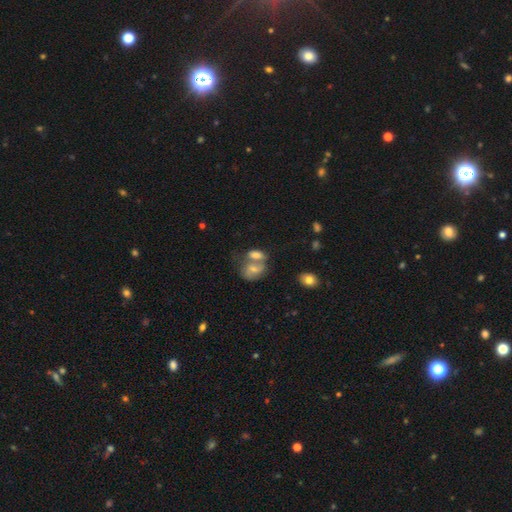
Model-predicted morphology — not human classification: The model was most divided on "merging": merger: 59%, none: 25%, minor disturbance: 10%, major disturbance: 6%. More confident: how rounded — in between (81%); smooth or featured — smooth (64%).